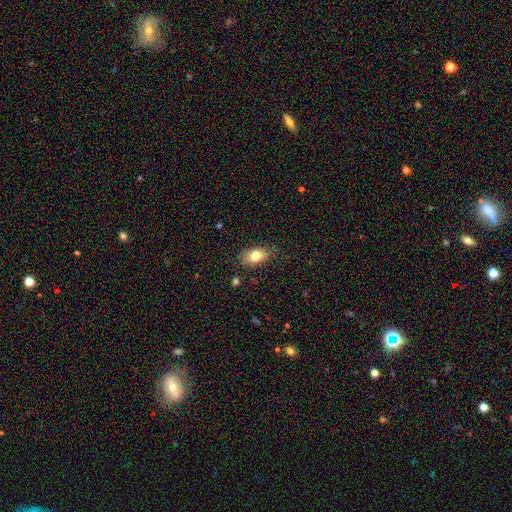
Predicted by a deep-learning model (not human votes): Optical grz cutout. It shows a smooth galaxy with no disk features (79%) that is in between round and cigar-shaped (87%). Merging: none (78%).